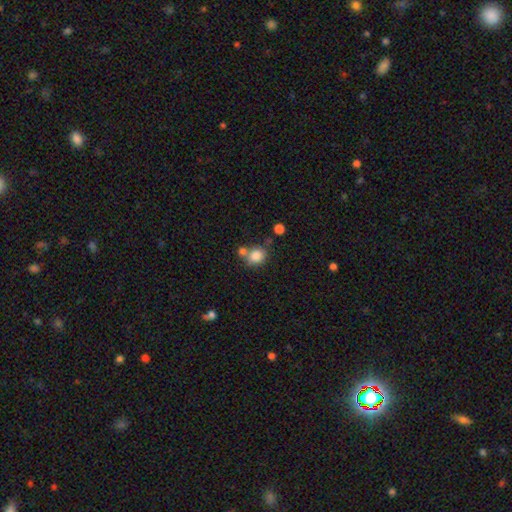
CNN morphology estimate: This appears to be a smooth galaxy with no disk features (83%) that is round (77%). Merging: none (54%).